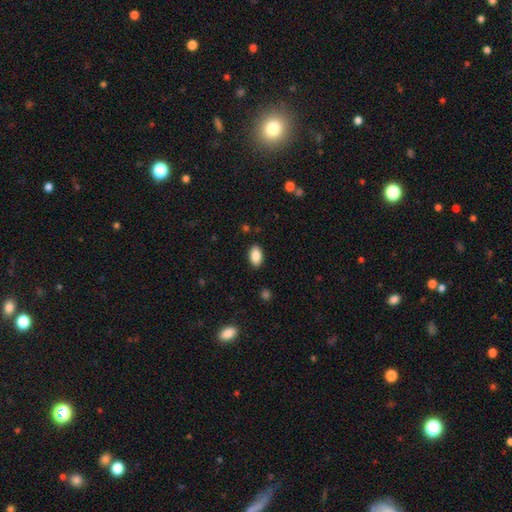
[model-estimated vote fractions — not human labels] A smooth galaxy with no disk features (88%) that is in between round and cigar-shaped (93%). Merging: none (88%).